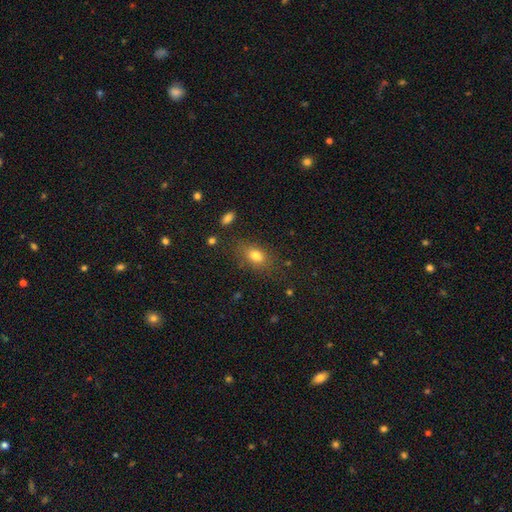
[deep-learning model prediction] Q: Smooth or featured?
A: smooth (79%); runner-up: star or artifact (11%)
Q: How rounded?
A: in between (80%); runner-up: round (16%)
Q: Merging?
A: none (77%); runner-up: minor disturbance (15%)